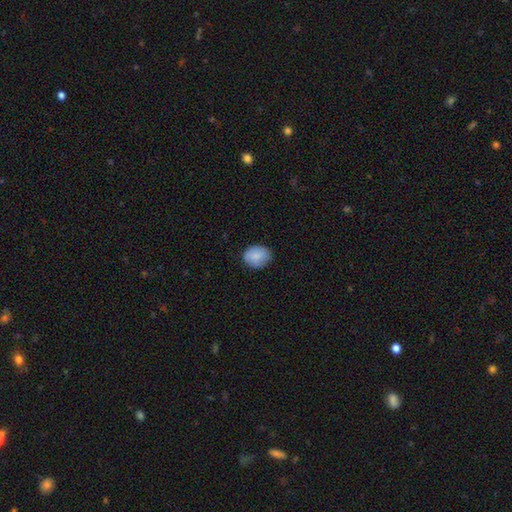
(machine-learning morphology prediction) Smooth or featured? Predicted: smooth (p=0.83). How rounded? Predicted: round (p=0.59). Merging? Predicted: none (p=0.80).